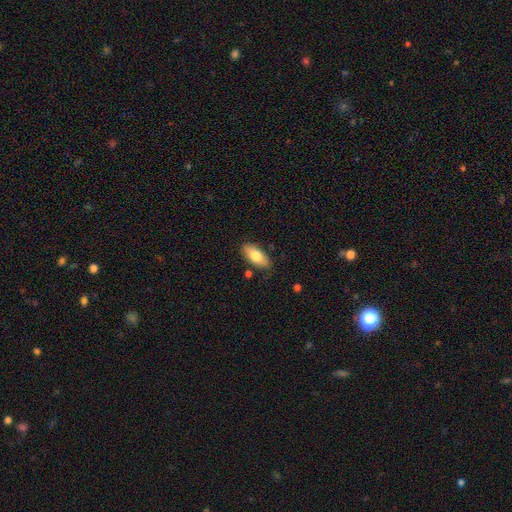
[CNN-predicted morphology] Overall: smooth (78%). How rounded: in between (87%). Merging: none (80%).